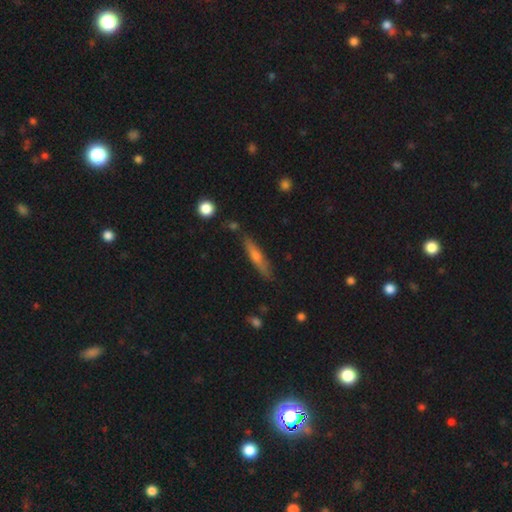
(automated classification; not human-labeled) This is possibly a smooth galaxy (49%). Merging: clearly none (82%).